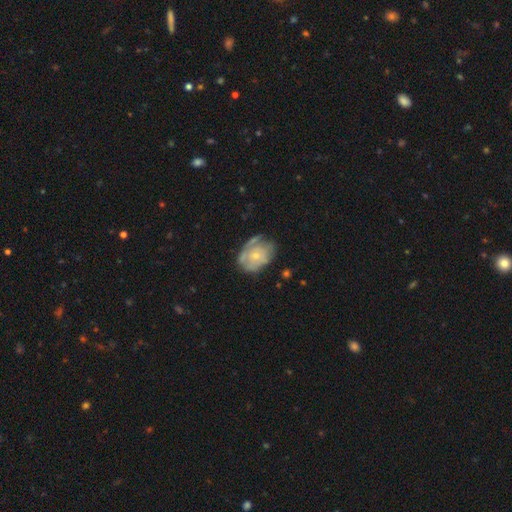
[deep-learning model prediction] Smooth or featured?
  - featured or disk: 59% *
  - smooth: 34%
  - star or artifact: 7%
Edge-on disk?
  - no: 97% *
  - yes: 3%
Bar?
  - no: 86% *
  - weak: 12%
  - strong: 2%
Spiral arms?
  - yes: 54% *
  - no: 46%
Bulge size?
  - small: 65% *
  - moderate: 30%
  - none: 3%
  - large: 2%
  - dominant: 1%
Merging?
  - none: 50% *
  - minor disturbance: 30%
  - major disturbance: 16%
  - merger: 4%